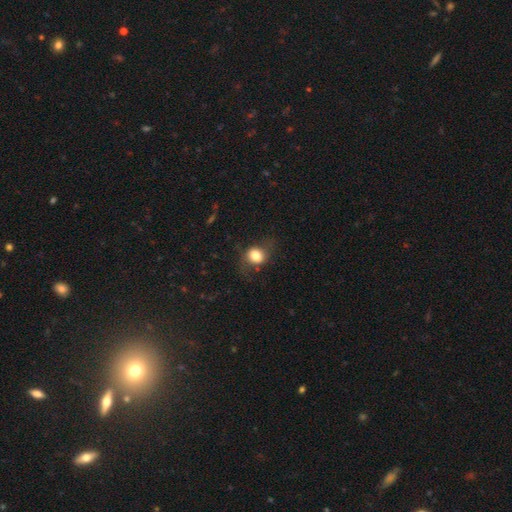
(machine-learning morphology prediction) smooth 78%, featured or disk 13%, star or artifact 9%. Down the decision tree: how rounded — round (57%); merging — none (61%).